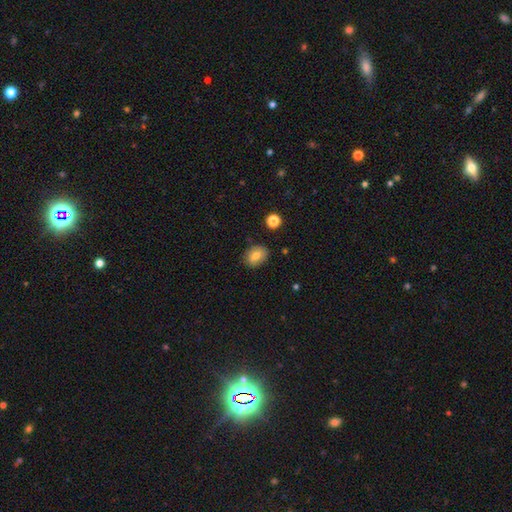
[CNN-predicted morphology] Smooth or featured?
  - smooth: 77% *
  - featured or disk: 13%
  - star or artifact: 9%
How rounded?
  - in between: 67% *
  - round: 32%
  - cigar-shaped: 1%
Merging?
  - none: 84% *
  - minor disturbance: 12%
  - major disturbance: 3%
  - merger: 2%